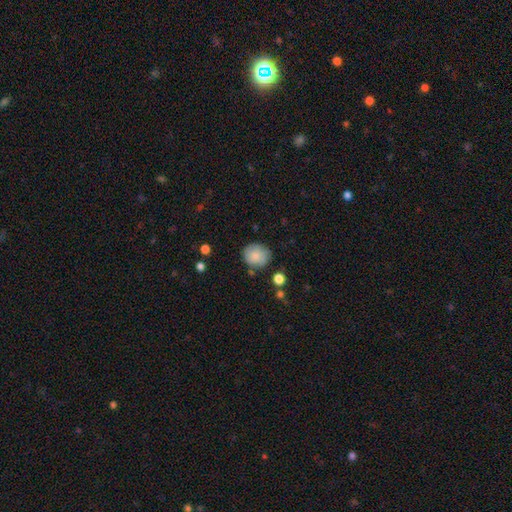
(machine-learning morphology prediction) A smooth galaxy with no disk features (83%) that is round (75%).

Vote fractions:
- Smooth or featured? smooth: 83% / featured or disk: 10% / star or artifact: 7%
- How rounded? round: 75% / in between: 24% / cigar-shaped: 1%
- Merging? none: 75% / minor disturbance: 17% / major disturbance: 4% / merger: 3%